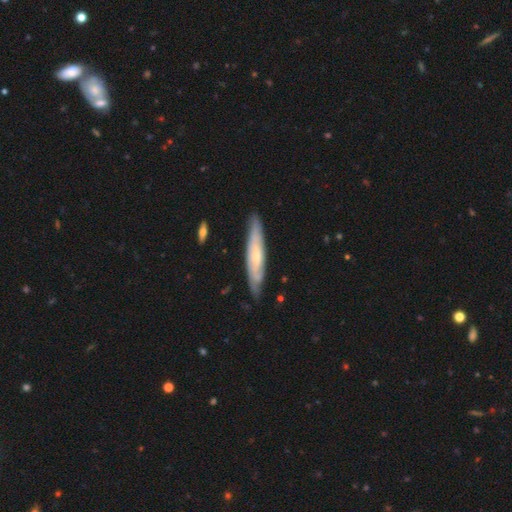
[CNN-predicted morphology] Q: Smooth or featured?
A: featured or disk (60%); runner-up: smooth (35%)
Q: Edge-on disk?
A: yes (57%); runner-up: no (43%)
Q: Merging?
A: none (80%); runner-up: minor disturbance (16%)